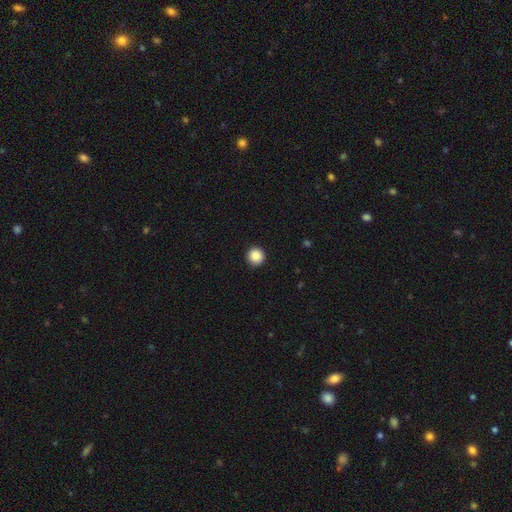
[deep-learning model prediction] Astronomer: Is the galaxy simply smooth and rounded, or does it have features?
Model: smooth — 88%.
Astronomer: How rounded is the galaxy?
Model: round — 95%.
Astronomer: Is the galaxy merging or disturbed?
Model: none — 93%.